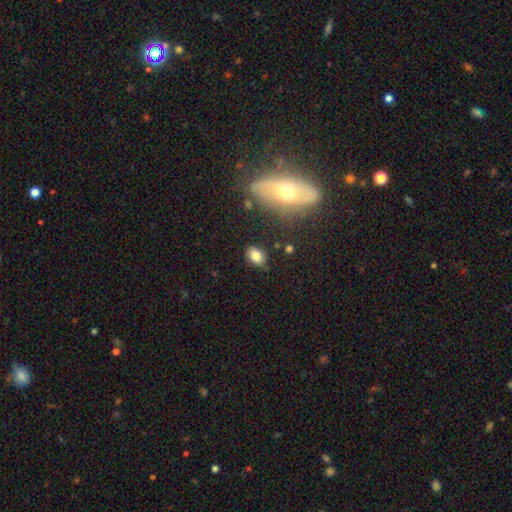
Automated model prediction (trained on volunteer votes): Smooth or featured?
  - smooth: 80% *
  - star or artifact: 10%
  - featured or disk: 10%
How rounded?
  - in between: 74% *
  - round: 24%
  - cigar-shaped: 2%
Merging?
  - none: 76% *
  - minor disturbance: 17%
  - major disturbance: 4%
  - merger: 3%